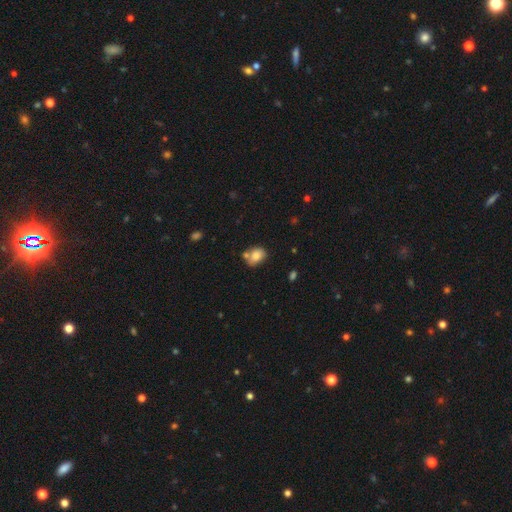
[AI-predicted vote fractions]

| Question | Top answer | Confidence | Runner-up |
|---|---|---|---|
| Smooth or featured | smooth | 79% | featured or disk (12%) |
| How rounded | in between | 58% | round (41%) |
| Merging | none | 52% | merger (24%) |